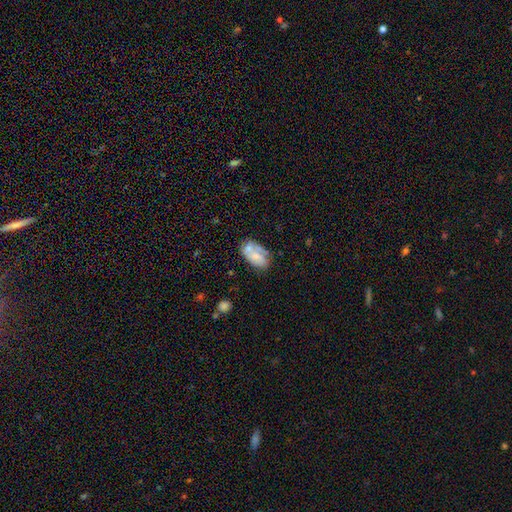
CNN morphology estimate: Smooth or featured?
  - smooth: 55% *
  - featured or disk: 37%
  - star or artifact: 8%
How rounded?
  - in between: 91% *
  - round: 6%
  - cigar-shaped: 3%
Merging?
  - none: 37% *
  - merger: 27%
  - minor disturbance: 23%
  - major disturbance: 13%